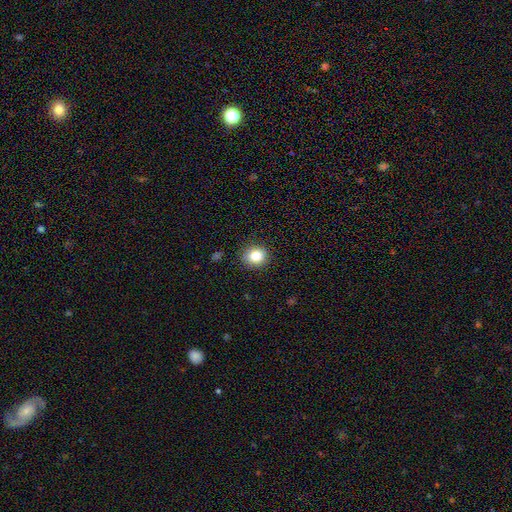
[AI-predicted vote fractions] The model was most divided on "how rounded": round: 81%, in between: 18%, cigar-shaped: 1%. More confident: merging — none (88%); smooth or featured — smooth (83%).